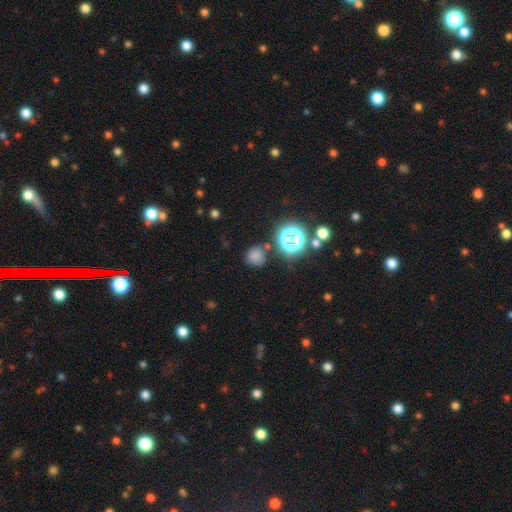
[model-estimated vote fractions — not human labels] This appears to be a smooth galaxy with no disk features (69%) that is round (87%). Merging: none (73%).